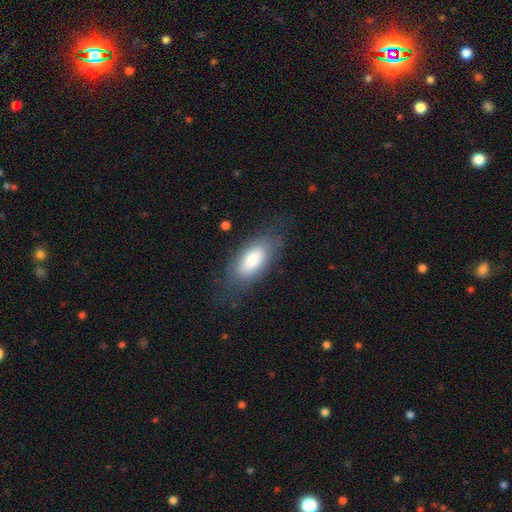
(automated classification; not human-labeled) A smooth galaxy with no disk features (80%) that is in between round and cigar-shaped (89%).

Vote fractions:
- Smooth or featured? smooth: 80% / featured or disk: 14% / star or artifact: 6%
- How rounded? in between: 89% / cigar-shaped: 9% / round: 3%
- Merging? none: 72% / minor disturbance: 18% / major disturbance: 9% / merger: 2%